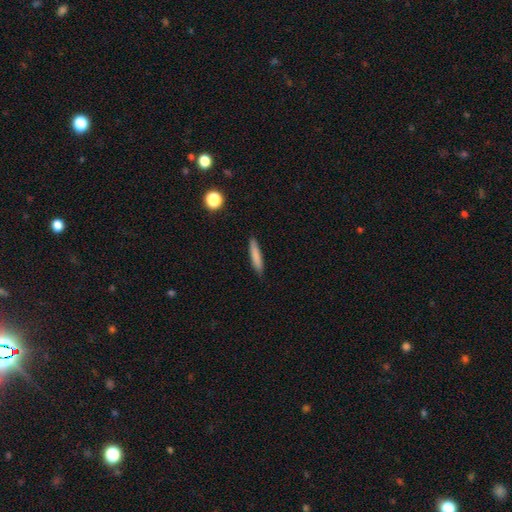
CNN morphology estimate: A smooth galaxy with no disk features (80%) that is cigar-shaped (89%).

Vote fractions:
- Smooth or featured? smooth: 80% / featured or disk: 13% / star or artifact: 7%
- How rounded? cigar-shaped: 89% / in between: 9% / round: 2%
- Merging? none: 87% / minor disturbance: 10% / major disturbance: 2% / merger: 1%